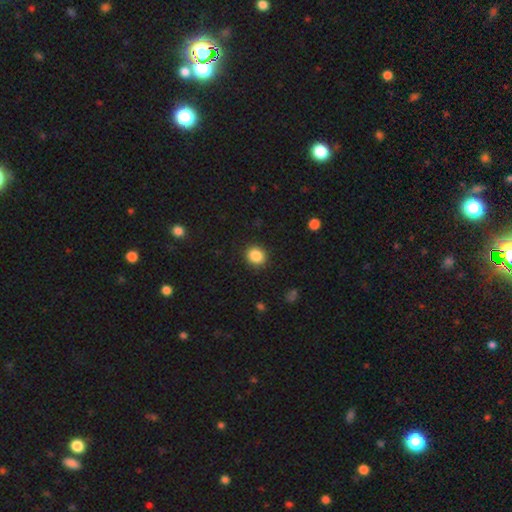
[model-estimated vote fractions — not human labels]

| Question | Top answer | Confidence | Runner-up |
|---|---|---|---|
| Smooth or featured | smooth | 87% | star or artifact (9%) |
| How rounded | round | 78% | in between (21%) |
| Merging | none | 91% | minor disturbance (6%) |